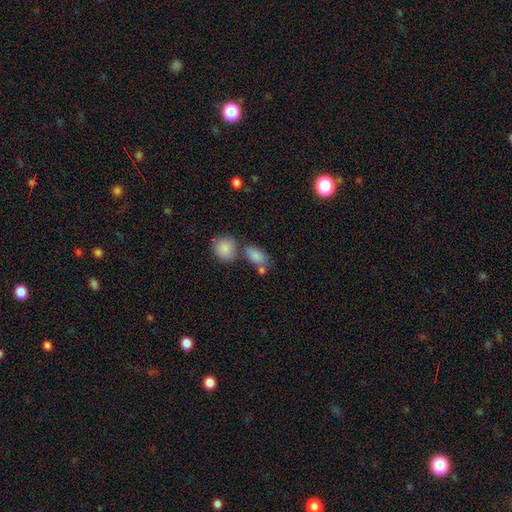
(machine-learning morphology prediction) This appears to be a smooth galaxy with no disk features (84%) that is in between round and cigar-shaped (84%). Merging: none (49%).